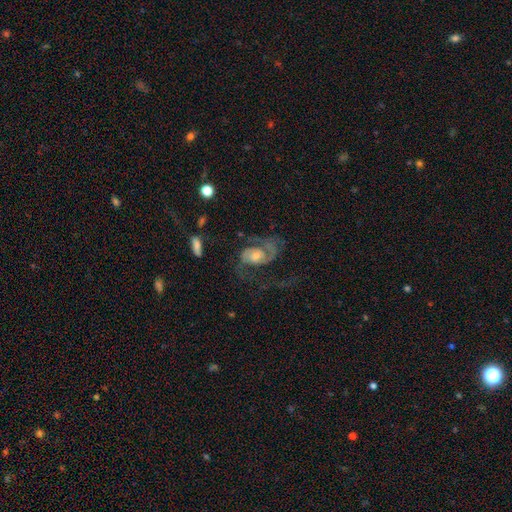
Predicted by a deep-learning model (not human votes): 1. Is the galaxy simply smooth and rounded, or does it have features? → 84% featured or disk, 10% smooth, 7% star or artifact.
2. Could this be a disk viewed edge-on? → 97% no, 3% yes.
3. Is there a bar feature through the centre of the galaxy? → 63% no, 29% weak, 8% strong.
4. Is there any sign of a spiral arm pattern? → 93% yes, 7% no.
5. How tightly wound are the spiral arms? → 46% medium, 30% loose, 24% tight.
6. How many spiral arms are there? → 75% 2, 11% 1, 7% can't tell, 3% 3, 2% 4, 2% more than 4.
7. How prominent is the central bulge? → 51% moderate, 39% small, 6% large, 3% none, 1% dominant.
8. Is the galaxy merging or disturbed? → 46% none, 34% major disturbance, 16% minor disturbance, 3% merger.